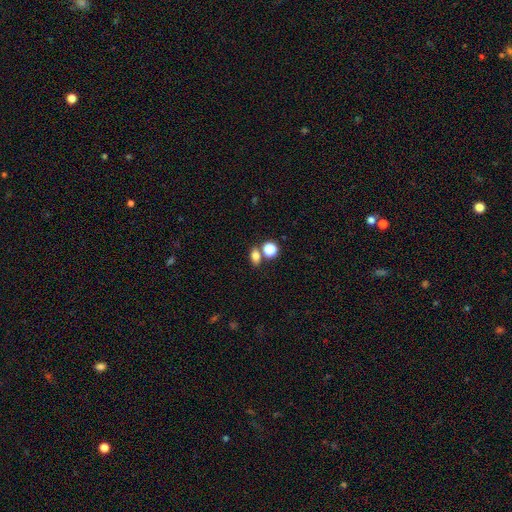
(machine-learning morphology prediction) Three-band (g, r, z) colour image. It shows a smooth galaxy with no disk features (76%) that is in between round and cigar-shaped (69%). Merging: none (64%).